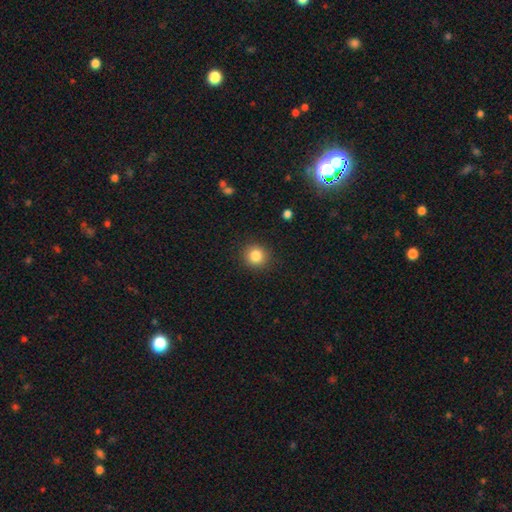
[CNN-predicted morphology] smooth 84%, star or artifact 11%, featured or disk 5%. Down the decision tree: how rounded — round (90%); merging — none (90%).